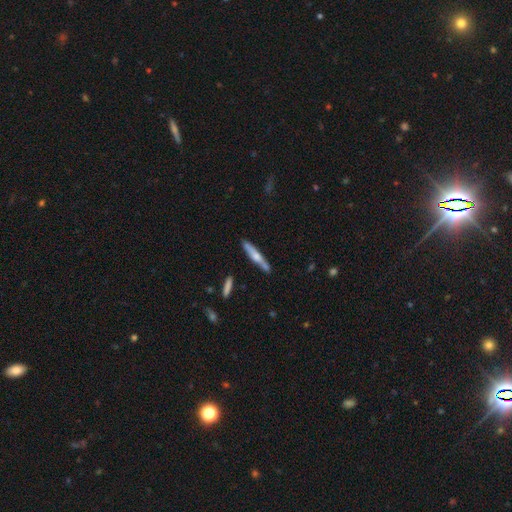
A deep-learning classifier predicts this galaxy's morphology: Smooth or featured: smooth — 48% (featured or disk — 46%)
Merging: none — 79% (minor disturbance — 13%)